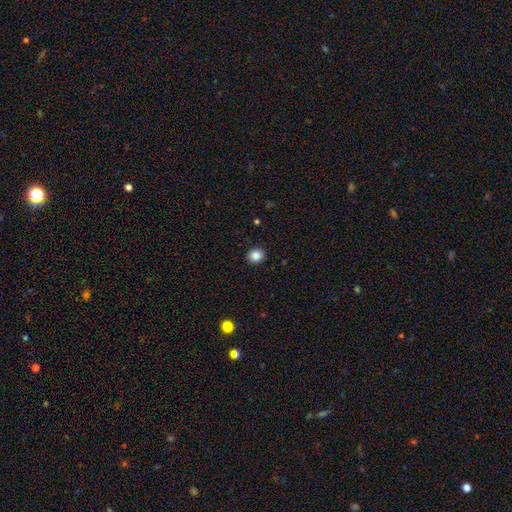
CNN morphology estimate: The model was most divided on "how rounded": round: 85%, in between: 14%, cigar-shaped: 1%. More confident: merging — none (92%); smooth or featured — smooth (86%).